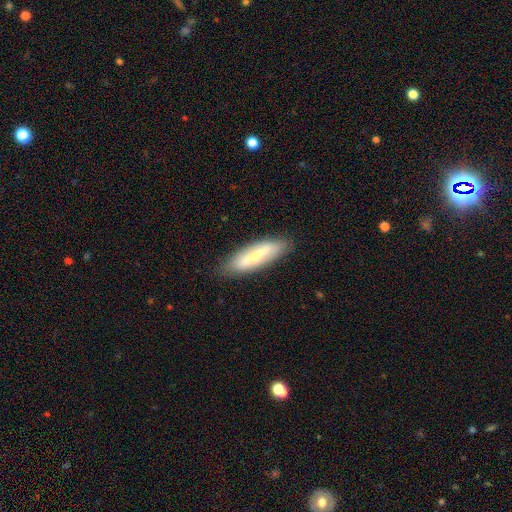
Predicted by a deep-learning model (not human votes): A smooth galaxy with no disk features (52%) that is cigar-shaped (67%). Merging: none (82%).